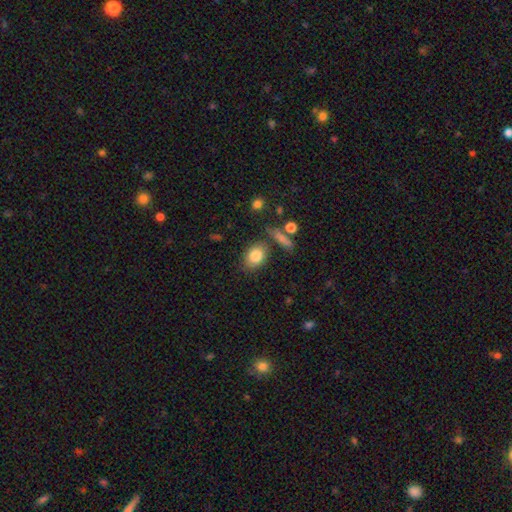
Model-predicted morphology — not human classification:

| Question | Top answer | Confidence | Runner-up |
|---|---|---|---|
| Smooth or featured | smooth | 83% | featured or disk (9%) |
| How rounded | in between | 66% | round (32%) |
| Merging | none | 72% | minor disturbance (15%) |